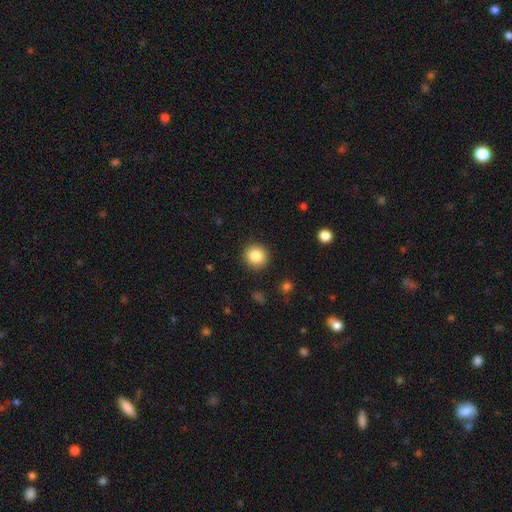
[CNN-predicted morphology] This is clearly a smooth galaxy (85%). How rounded: clearly round (92%). Merging: clearly none (91%).